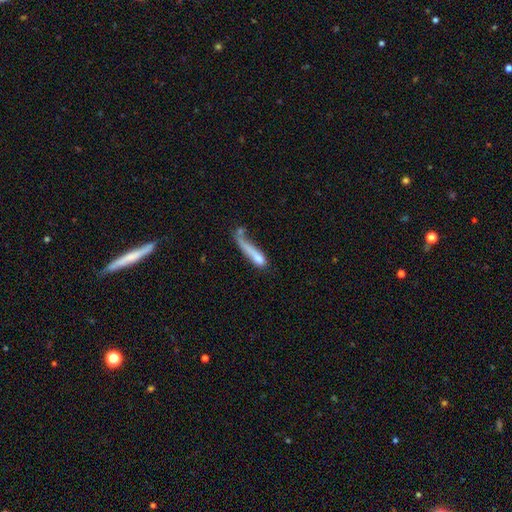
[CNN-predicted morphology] type=smooth (65%); roundness=cigar-shaped (76%); merging=major disturbance (34%).